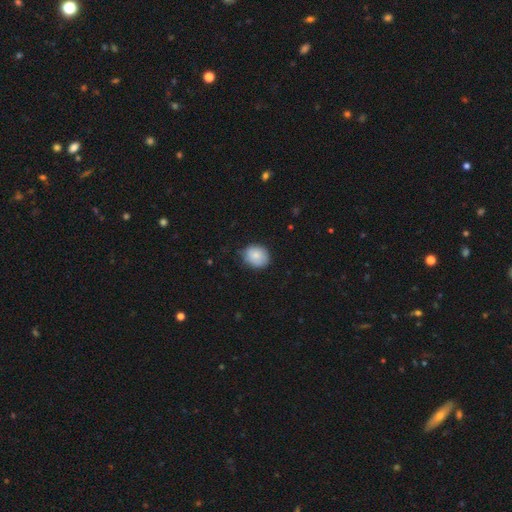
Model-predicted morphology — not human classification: smooth 84%, featured or disk 9%, star or artifact 7%. Down the decision tree: how rounded — round (66%); merging — none (75%).